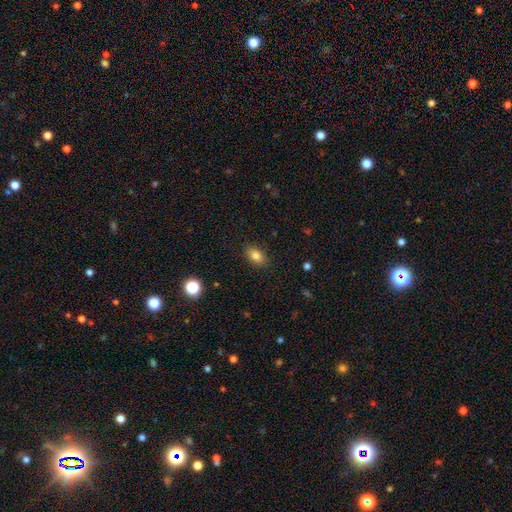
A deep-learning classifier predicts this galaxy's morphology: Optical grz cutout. It shows a smooth galaxy with no disk features (83%) that is in between round and cigar-shaped (85%). Merging: none (87%).